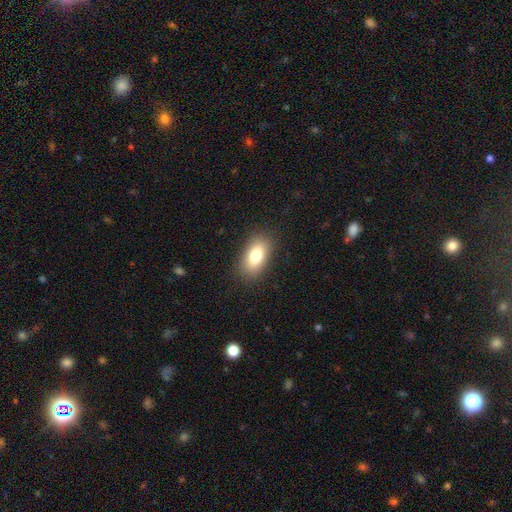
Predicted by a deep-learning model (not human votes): smooth 79%, featured or disk 13%, star or artifact 8%. Down the decision tree: how rounded — in between (89%); merging — none (86%).